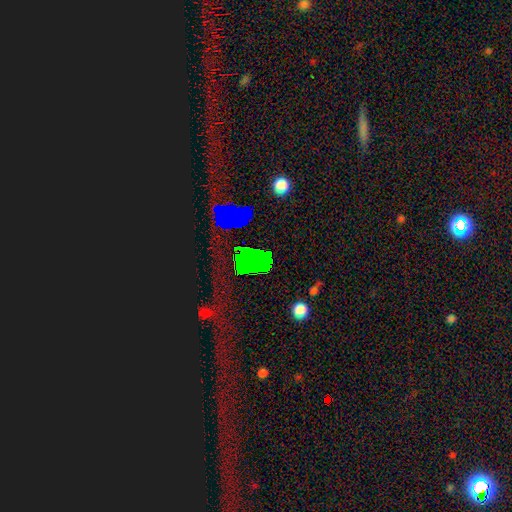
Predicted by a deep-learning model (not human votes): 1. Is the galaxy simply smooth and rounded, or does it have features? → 63% star or artifact, 21% smooth, 16% featured or disk.